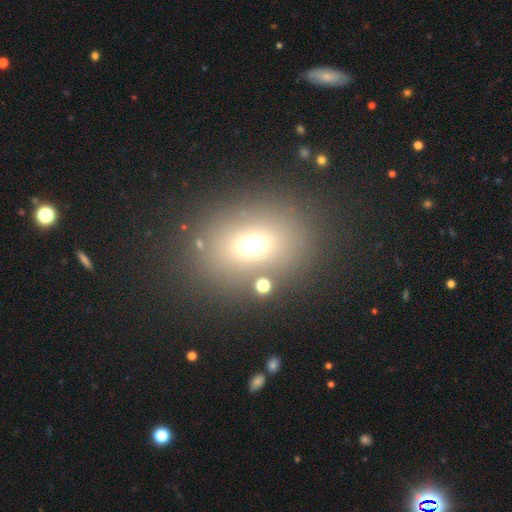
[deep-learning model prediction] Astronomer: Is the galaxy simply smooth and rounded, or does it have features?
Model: smooth — 63%.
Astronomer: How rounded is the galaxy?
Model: in between — 58% (runner-up: round, 40%).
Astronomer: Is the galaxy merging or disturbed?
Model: none — 83%.